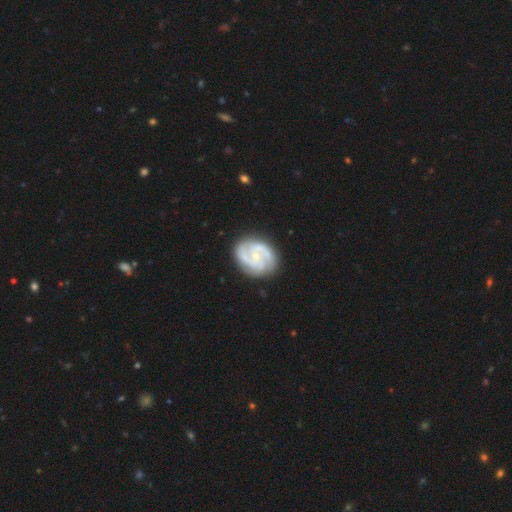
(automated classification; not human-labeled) Smooth or featured? Predicted: featured or disk (p=0.88). Edge-on disk? Predicted: no (p=0.98). Bar? Predicted: no (p=0.63). Spiral arms? Predicted: yes (p=0.98). Spiral winding? Predicted: medium (p=0.46, tied with tight). Spiral arm count? Predicted: 2 (p=0.43). Bulge size? Predicted: small (p=0.70). Merging? Predicted: none (p=0.80).